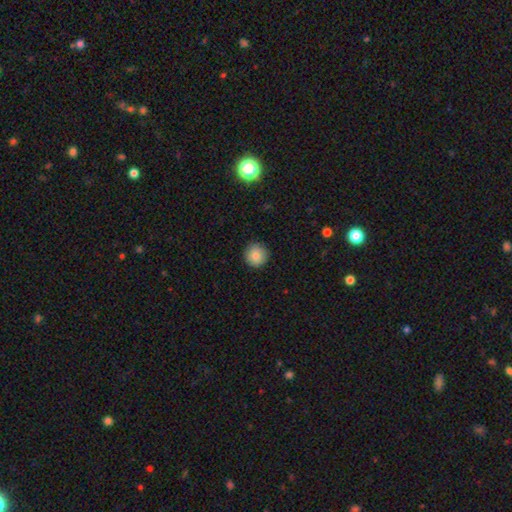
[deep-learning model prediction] Smooth or featured: smooth — 82% (featured or disk — 9%)
How rounded: round — 95% (in between — 4%)
Merging: none — 89% (minor disturbance — 8%)